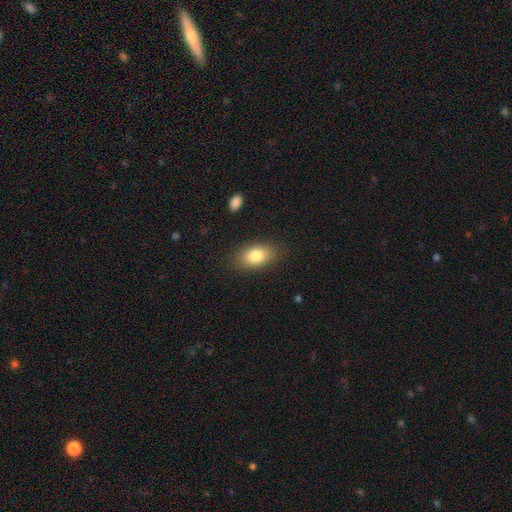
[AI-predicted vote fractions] smooth_or_featured: smooth (p=0.82) [alt: featured or disk p=0.11]
how_rounded: in between (p=0.89) [alt: round p=0.09]
merging: none (p=0.85) [alt: minor disturbance p=0.11]